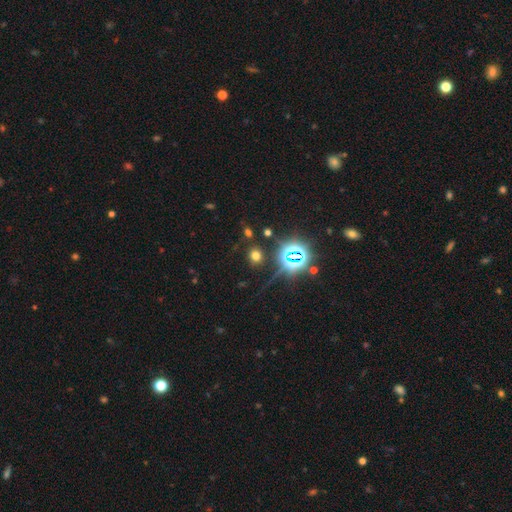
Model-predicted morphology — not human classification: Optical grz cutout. It shows a smooth galaxy with no disk features (60%) that is round (76%). Merging: none (85%).